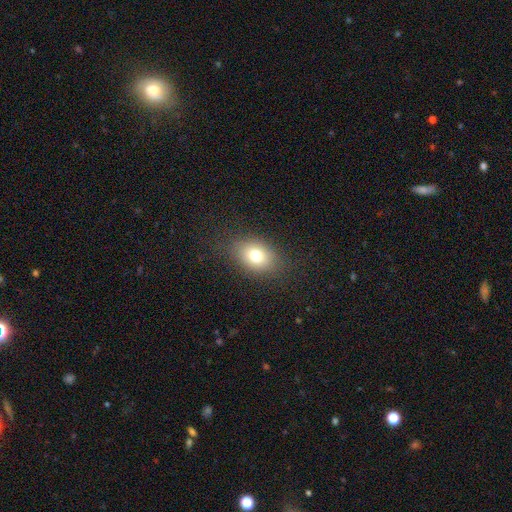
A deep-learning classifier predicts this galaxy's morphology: Smooth or featured? Predicted: smooth (p=0.76). How rounded? Predicted: in between (p=0.70). Merging? Predicted: none (p=0.83).